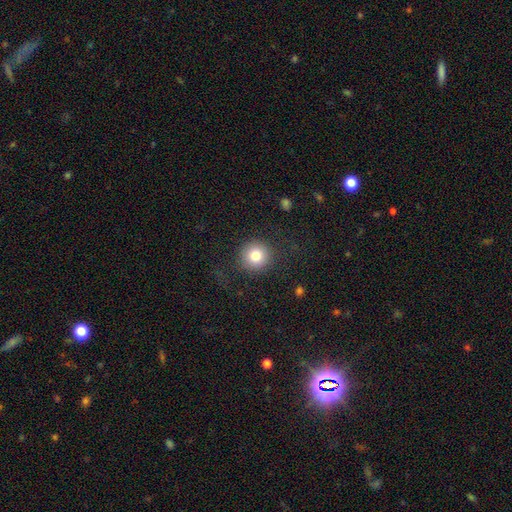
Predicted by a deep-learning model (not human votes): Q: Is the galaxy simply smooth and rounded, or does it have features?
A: smooth — 81%.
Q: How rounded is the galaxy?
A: round — 94%.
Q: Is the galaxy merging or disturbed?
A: none — 85%.